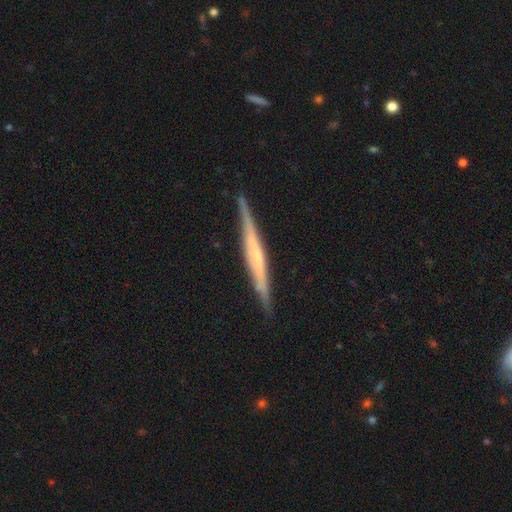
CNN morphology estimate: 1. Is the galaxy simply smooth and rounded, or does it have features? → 70% featured or disk, 25% smooth, 6% star or artifact.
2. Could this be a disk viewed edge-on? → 97% yes, 3% no.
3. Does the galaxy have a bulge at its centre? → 53% none, 32% rounded, 16% boxy.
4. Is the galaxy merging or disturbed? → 88% none, 9% minor disturbance, 2% major disturbance, 1% merger.